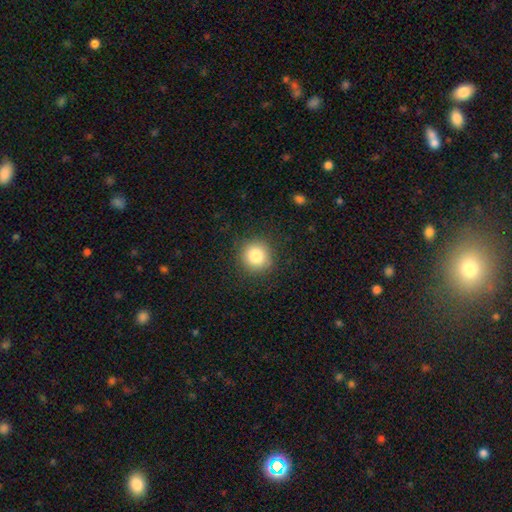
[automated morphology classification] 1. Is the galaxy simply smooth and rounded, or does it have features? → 83% smooth, 10% star or artifact, 7% featured or disk.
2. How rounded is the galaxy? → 93% round, 6% in between, 1% cigar-shaped.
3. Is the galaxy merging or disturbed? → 89% none, 7% minor disturbance, 3% major disturbance, 1% merger.